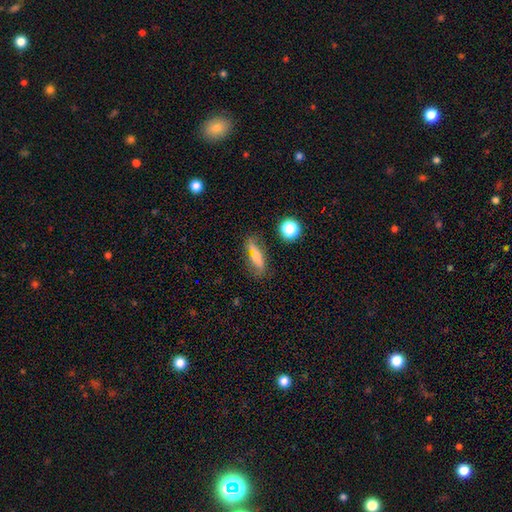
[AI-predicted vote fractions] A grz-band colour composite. It shows a smooth galaxy with no disk features (64%) that is cigar-shaped (51%). Merging: none (58%).